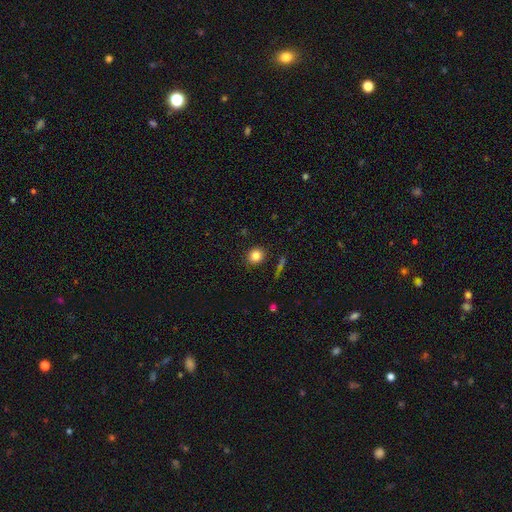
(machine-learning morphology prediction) The model was most divided on "how rounded": round: 81%, in between: 17%, cigar-shaped: 1%. More confident: merging — none (88%); smooth or featured — smooth (82%).